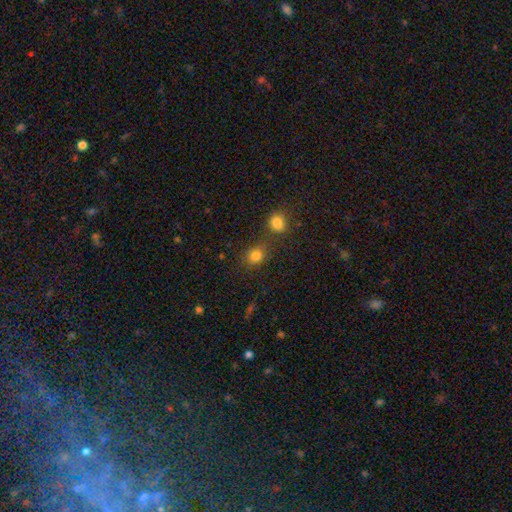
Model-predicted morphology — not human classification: Smooth or featured: smooth — 80% (star or artifact — 14%)
How rounded: round — 71% (in between — 27%)
Merging: none — 64% (merger — 20%)